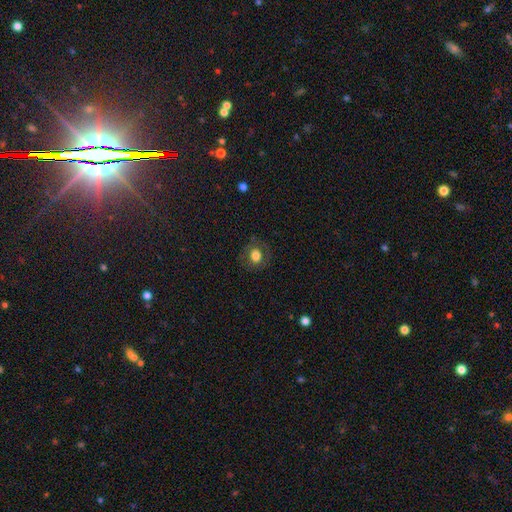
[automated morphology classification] smooth 71%, featured or disk 18%, star or artifact 11%. Down the decision tree: how rounded — round (73%); merging — none (80%).